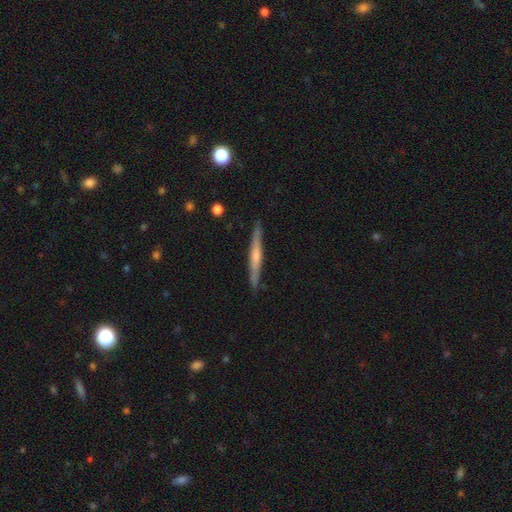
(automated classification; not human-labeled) smooth_or_featured: featured or disk (p=0.61) [alt: smooth p=0.33]
disk_edge_on: yes (p=0.97) [alt: no p=0.03]
edge_on_bulge: rounded (p=0.52) [alt: none p=0.36]
merging: none (p=0.89) [alt: minor disturbance p=0.08]